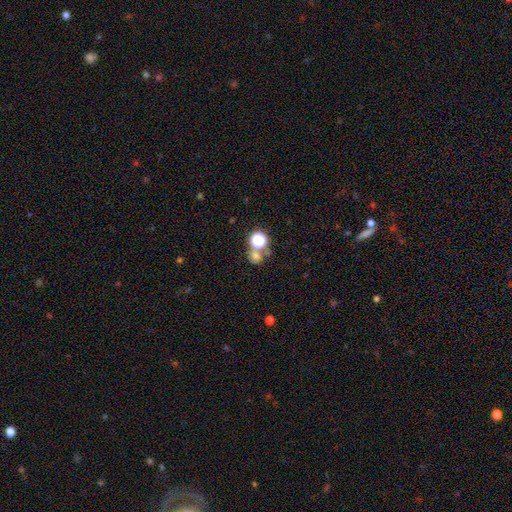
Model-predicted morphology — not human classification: smooth 63%, star or artifact 28%, featured or disk 9%. Down the decision tree: how rounded — round (80%); merging — none (53%).